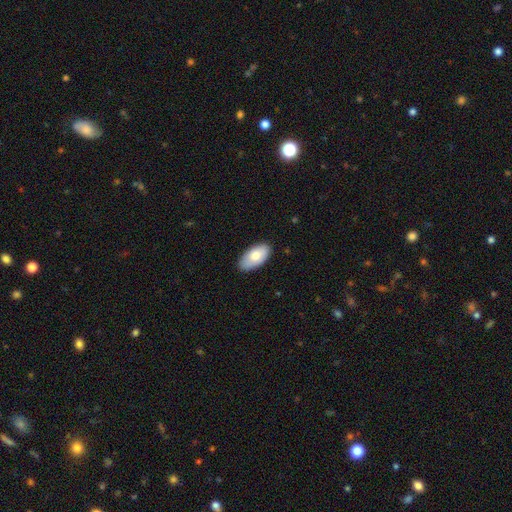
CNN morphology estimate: Overall: smooth (77%). How rounded: in between (95%). Merging: none (84%).